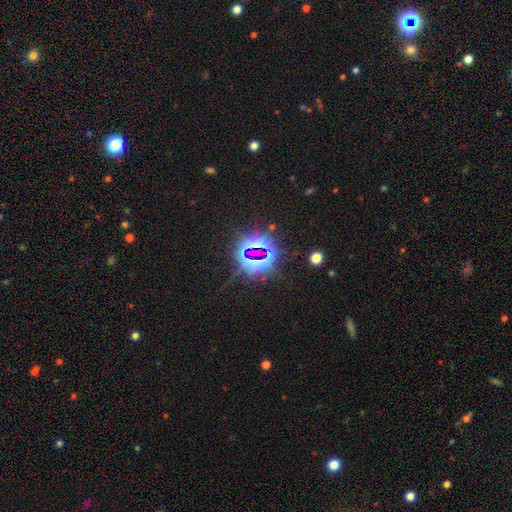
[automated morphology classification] The model was most divided on "smooth or featured": star or artifact: 79%, smooth: 13%, featured or disk: 8%.